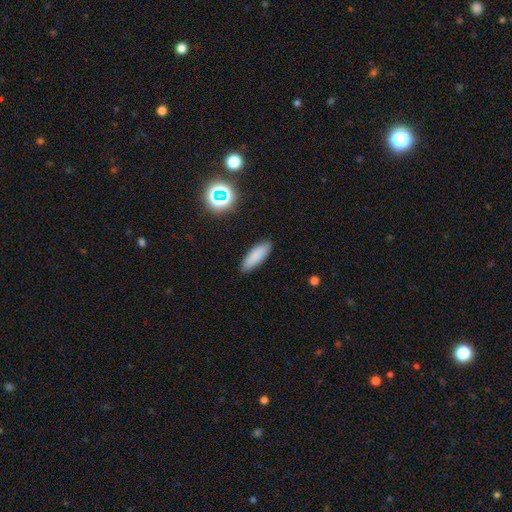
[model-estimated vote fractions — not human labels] smooth 84%, star or artifact 9%, featured or disk 7%. Down the decision tree: how rounded — in between (52%); merging — none (88%).